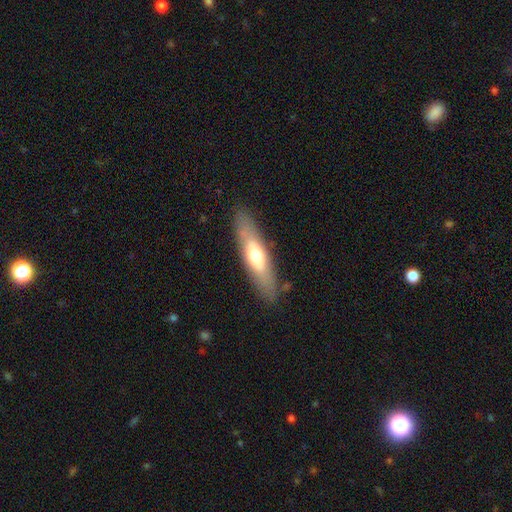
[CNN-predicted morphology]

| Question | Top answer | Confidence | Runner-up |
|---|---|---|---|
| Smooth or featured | smooth | 55% | featured or disk (39%) |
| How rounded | cigar-shaped | 58% | in between (40%) |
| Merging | none | 83% | minor disturbance (11%) |